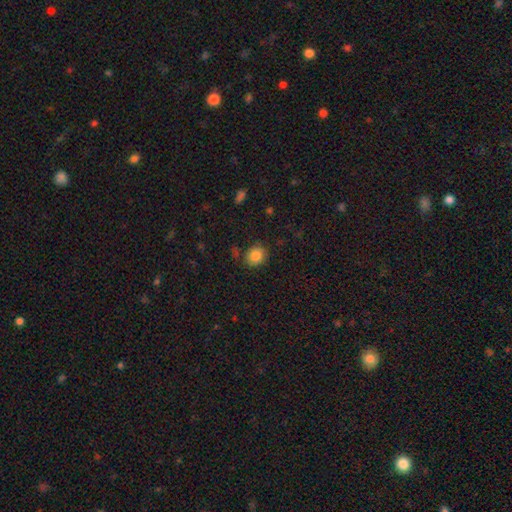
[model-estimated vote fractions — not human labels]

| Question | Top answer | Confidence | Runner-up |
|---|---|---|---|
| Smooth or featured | smooth | 85% | star or artifact (10%) |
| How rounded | round | 75% | in between (24%) |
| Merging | none | 81% | minor disturbance (13%) |